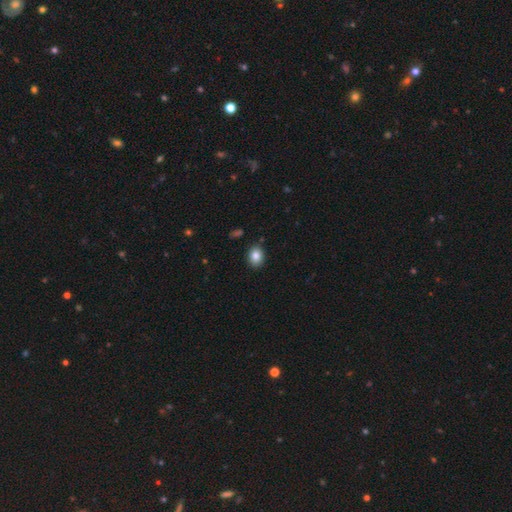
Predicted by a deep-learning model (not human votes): Q: Smooth or featured?
A: smooth (85%); runner-up: star or artifact (9%)
Q: How rounded?
A: in between (56%); runner-up: round (43%)
Q: Merging?
A: none (88%); runner-up: minor disturbance (8%)